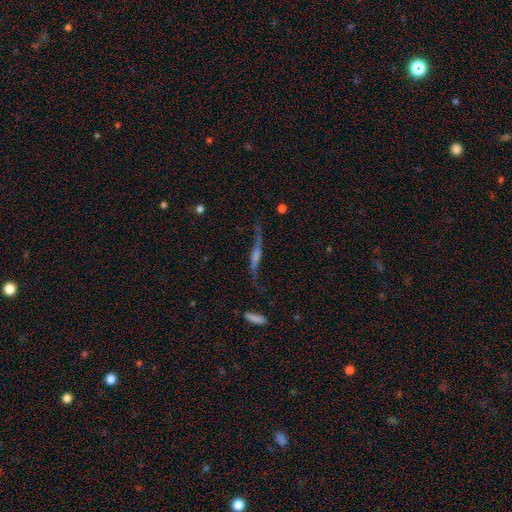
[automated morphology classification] Q: Smooth or featured?
A: featured or disk (74%); runner-up: smooth (15%)
Q: Edge-on disk?
A: yes (62%); runner-up: no (38%)
Q: Merging?
A: none (61%); runner-up: minor disturbance (19%)